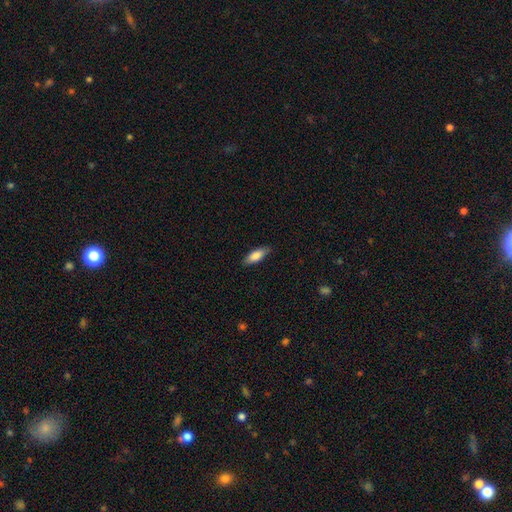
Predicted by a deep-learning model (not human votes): Smooth or featured? Predicted: smooth (p=0.83). How rounded? Predicted: in between (p=0.66). Merging? Predicted: none (p=0.85).